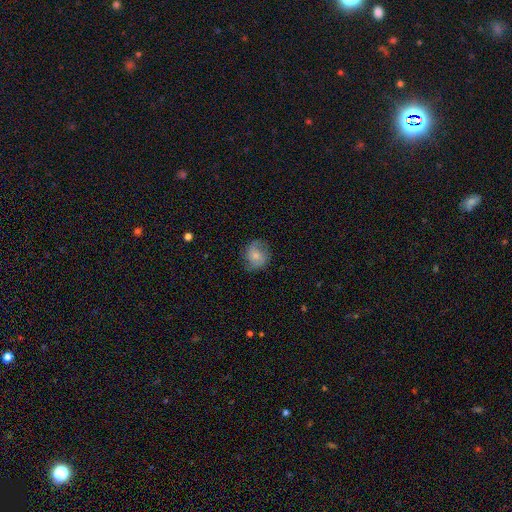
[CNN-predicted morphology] Q: Smooth or featured?
A: smooth (55%); runner-up: featured or disk (37%)
Q: How rounded?
A: round (76%); runner-up: in between (23%)
Q: Merging?
A: none (74%); runner-up: minor disturbance (19%)